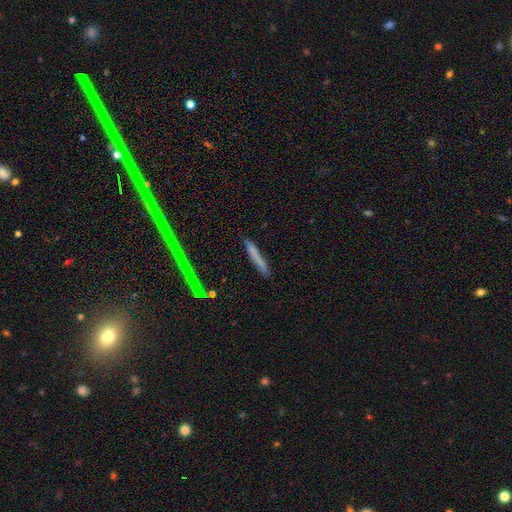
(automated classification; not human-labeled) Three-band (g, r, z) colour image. It shows a smooth galaxy with no disk features (68%) that is cigar-shaped (92%). Merging: none (81%).